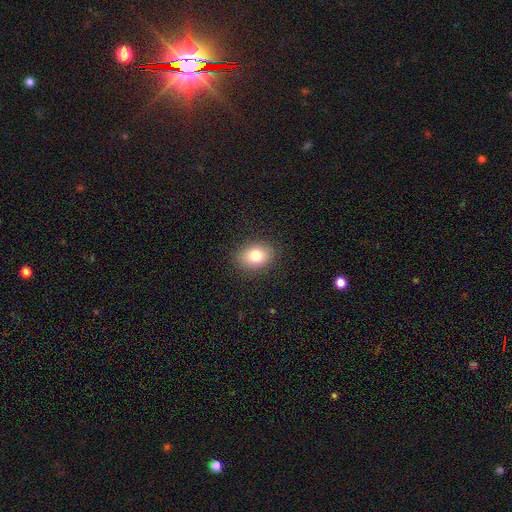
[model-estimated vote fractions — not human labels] A smooth galaxy with no disk features (79%) that is in between round and cigar-shaped (67%). Merging: none (88%).